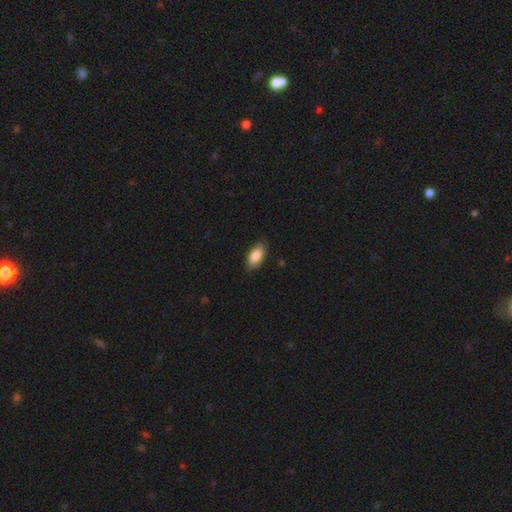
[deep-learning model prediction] Smooth or featured?
  - smooth: 86% *
  - featured or disk: 8%
  - star or artifact: 6%
How rounded?
  - in between: 91% *
  - cigar-shaped: 6%
  - round: 3%
Merging?
  - none: 84% *
  - minor disturbance: 13%
  - major disturbance: 2%
  - merger: 1%